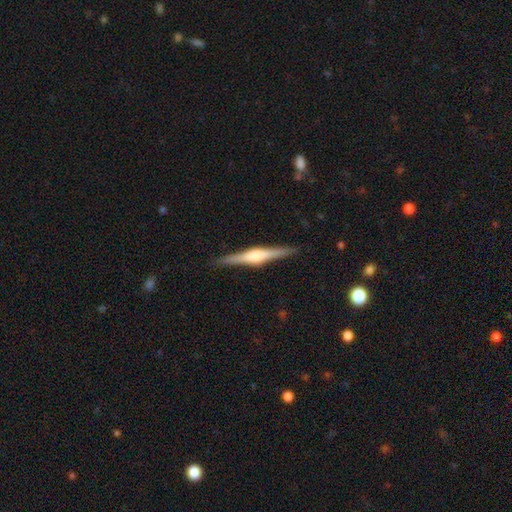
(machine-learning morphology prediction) Smooth or featured?
  - featured or disk: 74% *
  - smooth: 21%
  - star or artifact: 5%
Edge-on disk?
  - yes: 98% *
  - no: 2%
Edge-on bulge?
  - rounded: 76% *
  - boxy: 18%
  - none: 6%
Merging?
  - none: 90% *
  - minor disturbance: 7%
  - major disturbance: 2%
  - merger: 1%